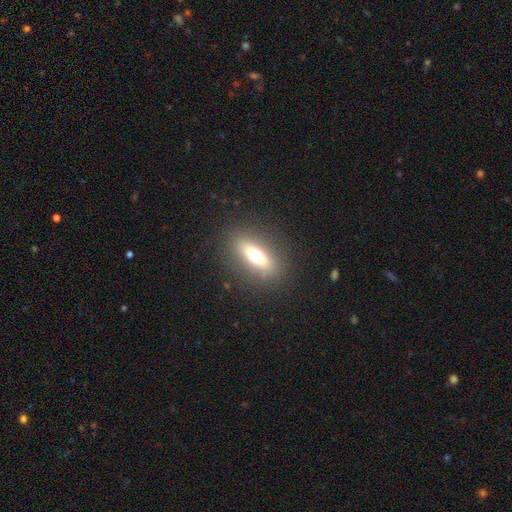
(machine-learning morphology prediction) Smooth or featured? smooth (51%)
How rounded? in between (57%)
Merging? none (85%)